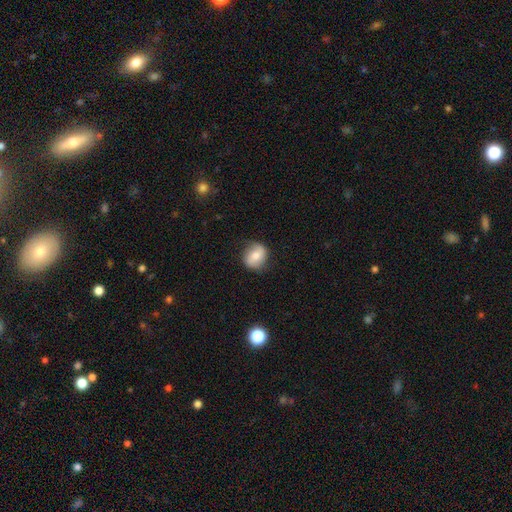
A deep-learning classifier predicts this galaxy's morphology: Smooth or featured: smooth — 60% (featured or disk — 32%)
How rounded: round — 67% (in between — 32%)
Merging: none — 77% (minor disturbance — 17%)